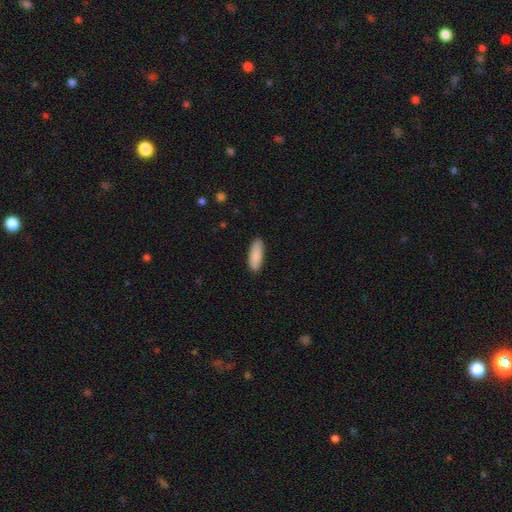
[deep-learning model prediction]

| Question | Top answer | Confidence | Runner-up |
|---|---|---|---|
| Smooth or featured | smooth | 89% | featured or disk (6%) |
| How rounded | in between | 64% | cigar-shaped (34%) |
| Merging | none | 88% | minor disturbance (9%) |